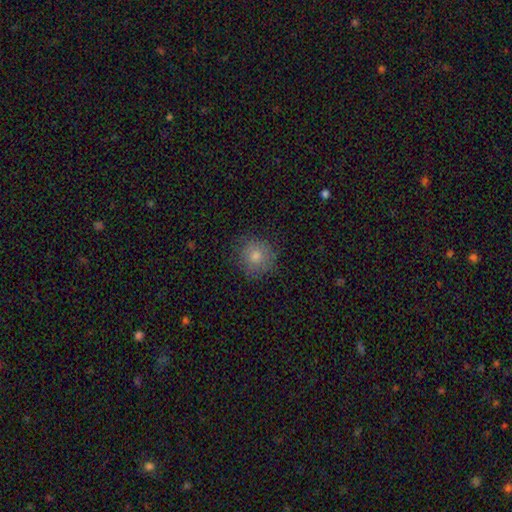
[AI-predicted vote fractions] Overall: smooth (74%). How rounded: round (92%). Merging: none (84%).